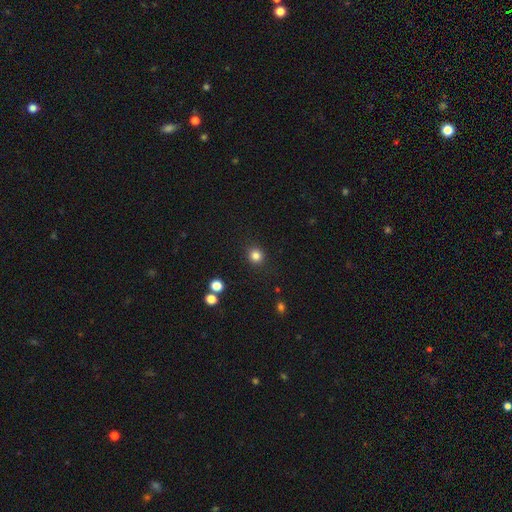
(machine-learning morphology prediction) smooth_or_featured: smooth (p=0.83) [alt: star or artifact p=0.13]
how_rounded: round (p=0.88) [alt: in between p=0.11]
merging: none (p=0.89) [alt: minor disturbance p=0.07]